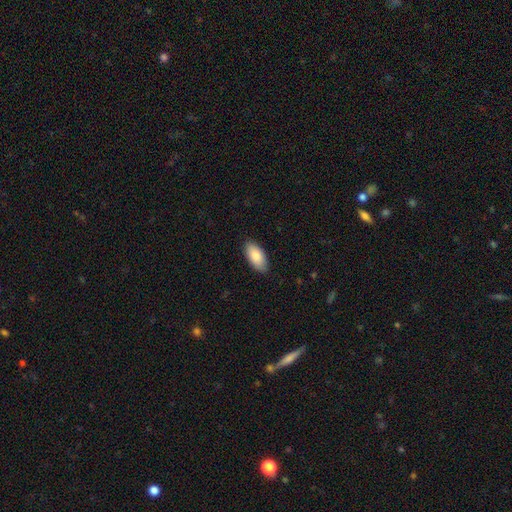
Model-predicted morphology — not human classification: Smooth or featured?
  - smooth: 88% *
  - featured or disk: 7%
  - star or artifact: 6%
How rounded?
  - in between: 93% *
  - cigar-shaped: 6%
  - round: 2%
Merging?
  - none: 87% *
  - minor disturbance: 10%
  - major disturbance: 2%
  - merger: 1%